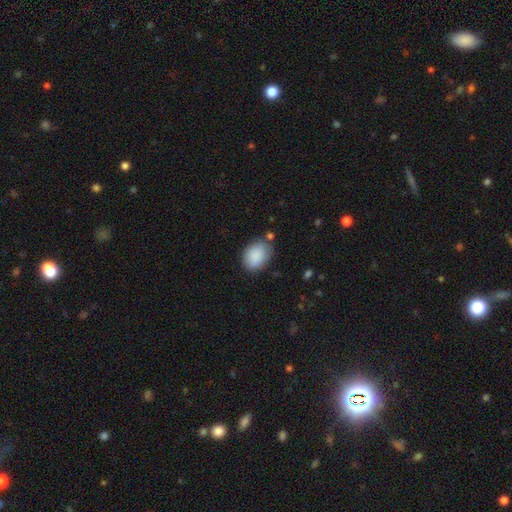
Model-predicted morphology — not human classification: This is clearly a smooth galaxy (89%). How rounded: likely in between (74%). Merging: likely none (75%).